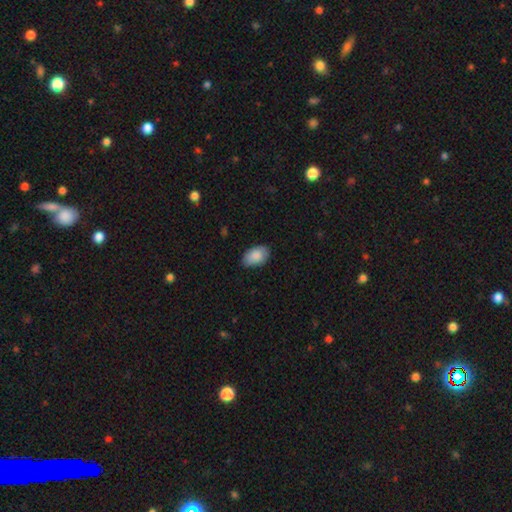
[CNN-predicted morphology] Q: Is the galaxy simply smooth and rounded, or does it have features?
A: smooth — 87%.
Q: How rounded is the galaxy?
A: in between — 93%.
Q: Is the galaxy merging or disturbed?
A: none — 80%.